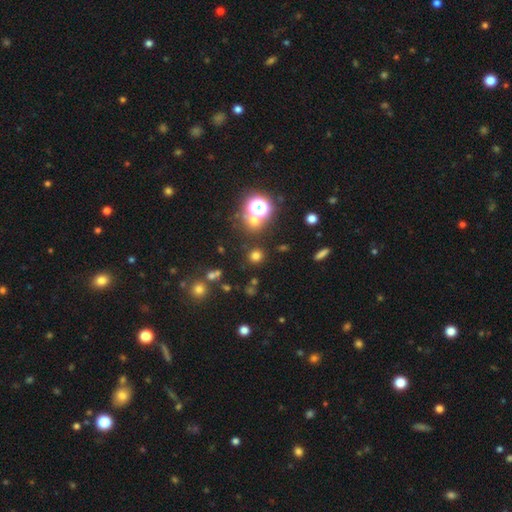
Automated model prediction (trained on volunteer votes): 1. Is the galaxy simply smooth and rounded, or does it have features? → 68% smooth, 26% star or artifact, 6% featured or disk.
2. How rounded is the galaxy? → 91% round, 8% in between, 1% cigar-shaped.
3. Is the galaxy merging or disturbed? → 84% none, 7% minor disturbance, 5% merger, 3% major disturbance.